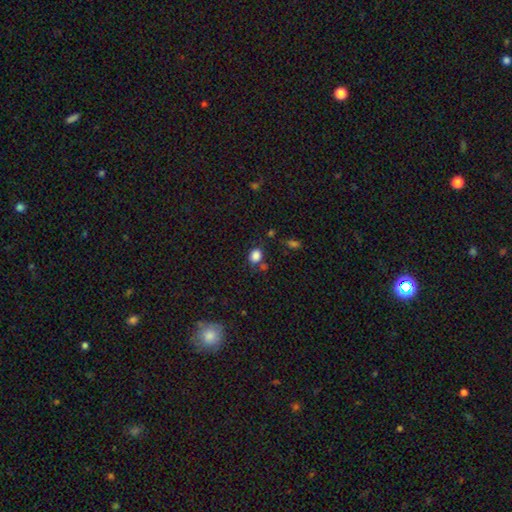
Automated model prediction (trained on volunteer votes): Q: Smooth or featured?
A: smooth (84%); runner-up: star or artifact (12%)
Q: How rounded?
A: in between (51%); runner-up: round (48%)
Q: Merging?
A: none (69%); runner-up: minor disturbance (16%)